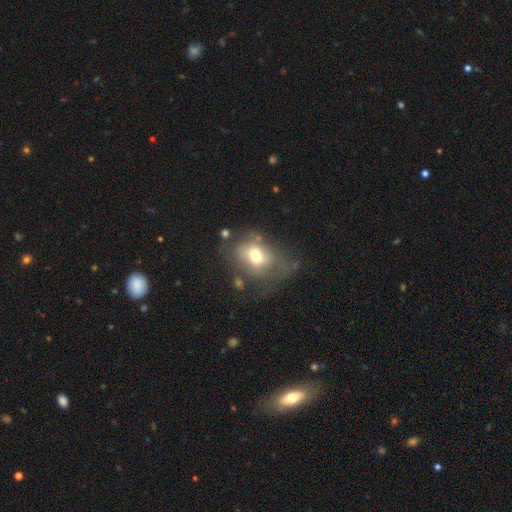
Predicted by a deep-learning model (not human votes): Overall: smooth (62%; featured or disk 29%). How rounded: in between (70%). Merging: none (37%; major disturbance 29%).